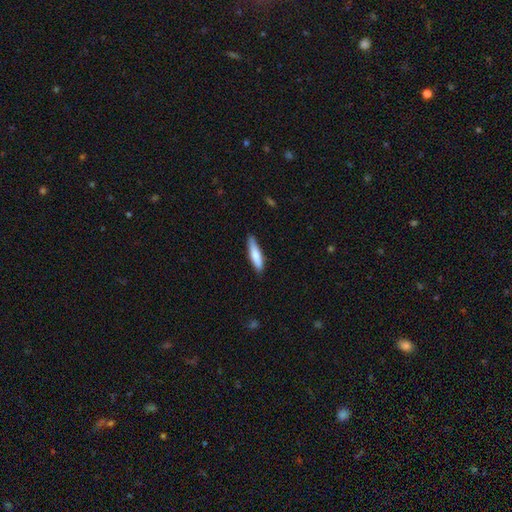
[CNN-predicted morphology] Smooth or featured?
  - smooth: 76% *
  - featured or disk: 19%
  - star or artifact: 5%
How rounded?
  - cigar-shaped: 77% *
  - in between: 22%
  - round: 1%
Merging?
  - none: 84% *
  - minor disturbance: 13%
  - major disturbance: 2%
  - merger: 1%